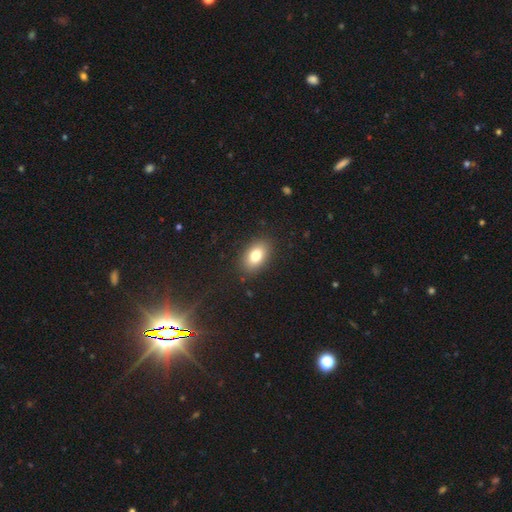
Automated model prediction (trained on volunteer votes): A smooth galaxy with no disk features (80%) that is in between round and cigar-shaped (89%).

Vote fractions:
- Smooth or featured? smooth: 80% / featured or disk: 11% / star or artifact: 9%
- How rounded? in between: 89% / round: 10% / cigar-shaped: 2%
- Merging? none: 87% / minor disturbance: 9% / major disturbance: 3% / merger: 1%